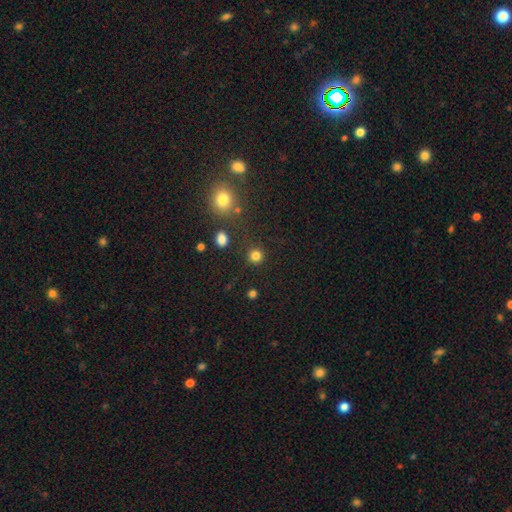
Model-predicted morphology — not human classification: Smooth or featured: smooth — 81% (star or artifact — 14%)
How rounded: round — 92% (in between — 7%)
Merging: none — 87% (minor disturbance — 7%)